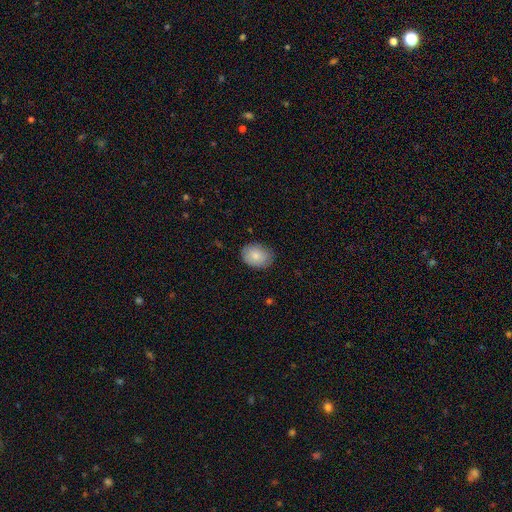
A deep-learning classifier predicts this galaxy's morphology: type=smooth (83%); roundness=in between (73%); merging=none (80%).